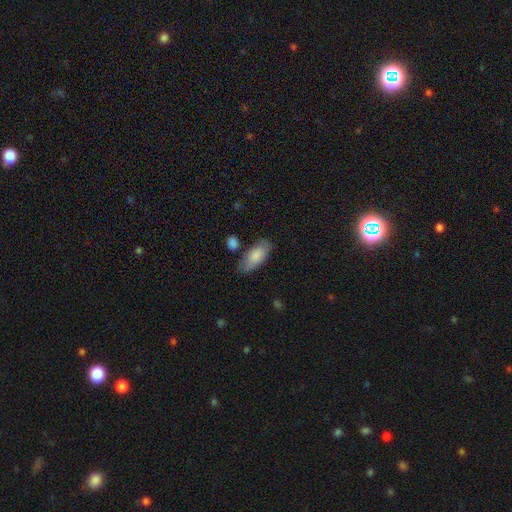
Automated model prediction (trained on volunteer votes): smooth_or_featured: smooth (p=0.83) [alt: featured or disk p=0.11]
how_rounded: in between (p=0.87) [alt: cigar-shaped p=0.11]
merging: none (p=0.72) [alt: minor disturbance p=0.19]